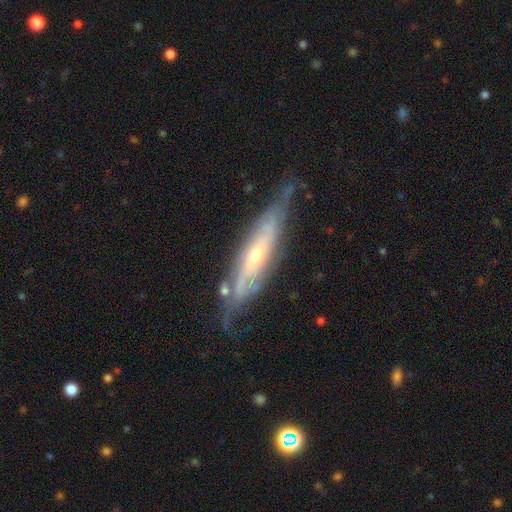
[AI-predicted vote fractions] Overall: featured or disk (80%). Edge-on disk: no (59%; yes 41%). Merging: none (64%; minor disturbance 25%).